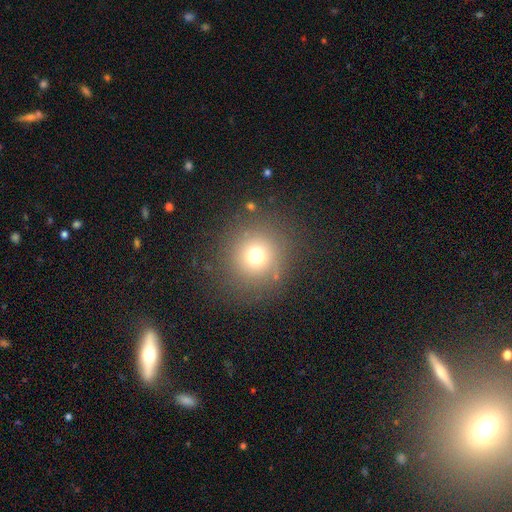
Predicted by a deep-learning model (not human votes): A smooth galaxy with no disk features (70%) that is round (94%).

Vote fractions:
- Smooth or featured? smooth: 70% / star or artifact: 20% / featured or disk: 11%
- How rounded? round: 94% / in between: 5% / cigar-shaped: 1%
- Merging? none: 85% / minor disturbance: 8% / major disturbance: 5% / merger: 2%